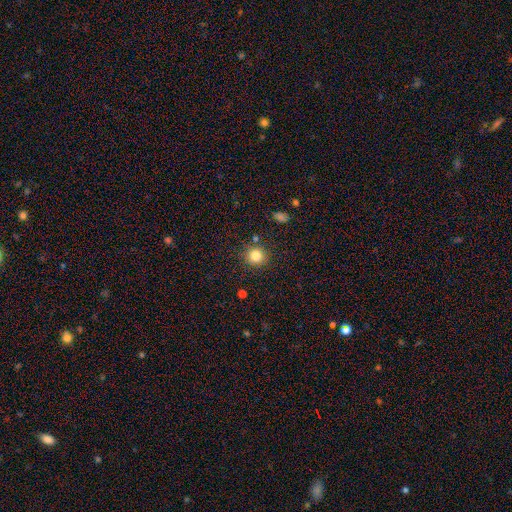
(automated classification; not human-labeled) Q: Smooth or featured?
A: smooth (82%); runner-up: star or artifact (12%)
Q: How rounded?
A: round (91%); runner-up: in between (8%)
Q: Merging?
A: none (85%); runner-up: minor disturbance (9%)